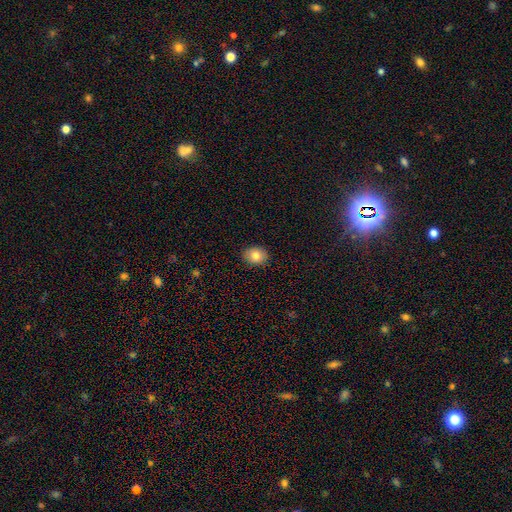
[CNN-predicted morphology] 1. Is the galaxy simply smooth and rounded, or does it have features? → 81% smooth, 11% featured or disk, 9% star or artifact.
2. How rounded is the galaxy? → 54% in between, 45% round, 1% cigar-shaped.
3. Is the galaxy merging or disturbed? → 88% none, 9% minor disturbance, 2% major disturbance, 1% merger.